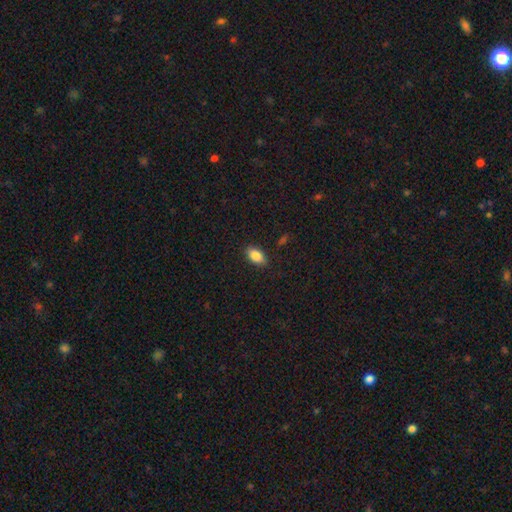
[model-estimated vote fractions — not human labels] The model was most divided on "smooth or featured": smooth: 85%, star or artifact: 8%, featured or disk: 7%. More confident: how rounded — in between (92%); merging — none (87%).